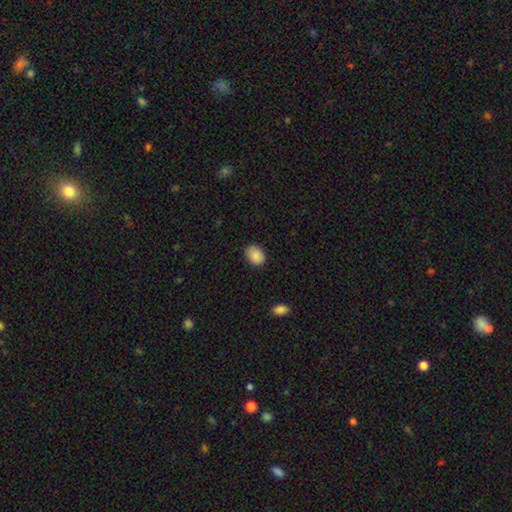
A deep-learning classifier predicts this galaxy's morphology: Smooth or featured? smooth (89%)
How rounded? in between (66%)
Merging? none (84%)